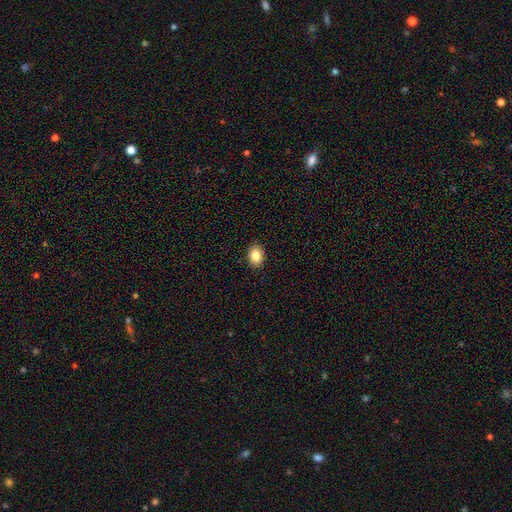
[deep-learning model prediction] This is clearly a smooth galaxy (85%). How rounded: likely in between (65%). Merging: clearly none (90%).